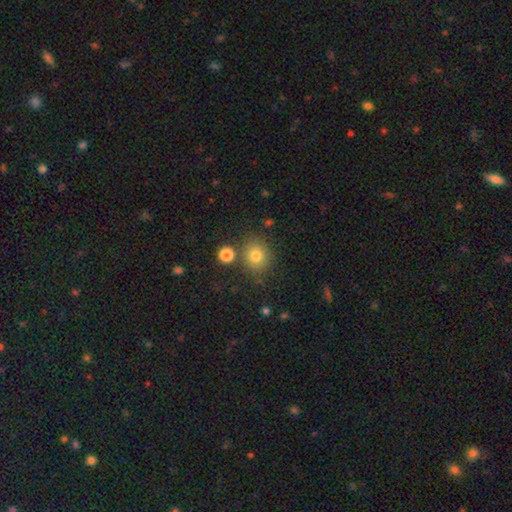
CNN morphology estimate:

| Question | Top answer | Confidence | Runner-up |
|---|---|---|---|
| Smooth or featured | smooth | 79% | star or artifact (13%) |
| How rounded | round | 80% | in between (19%) |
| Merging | none | 78% | minor disturbance (10%) |